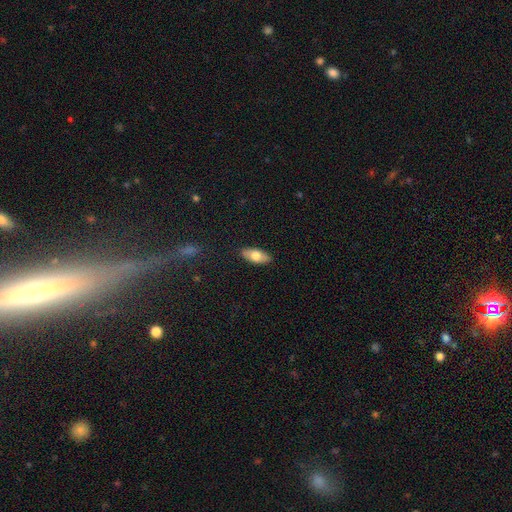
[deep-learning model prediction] Smooth or featured: smooth — 72% (featured or disk — 22%)
How rounded: in between — 86% (cigar-shaped — 11%)
Merging: none — 88% (minor disturbance — 9%)